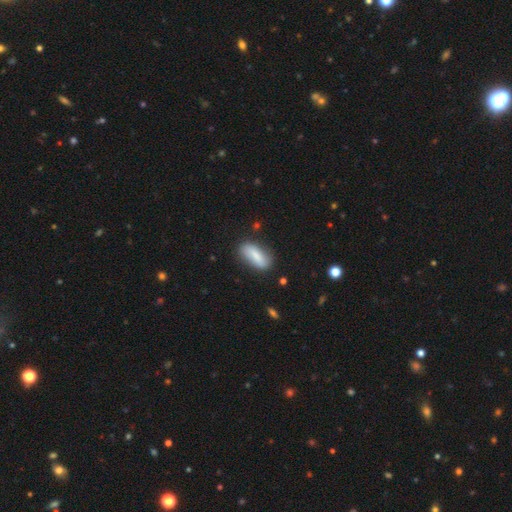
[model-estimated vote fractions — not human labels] Smooth or featured? smooth (77%)
How rounded? in between (80%)
Merging? none (77%)